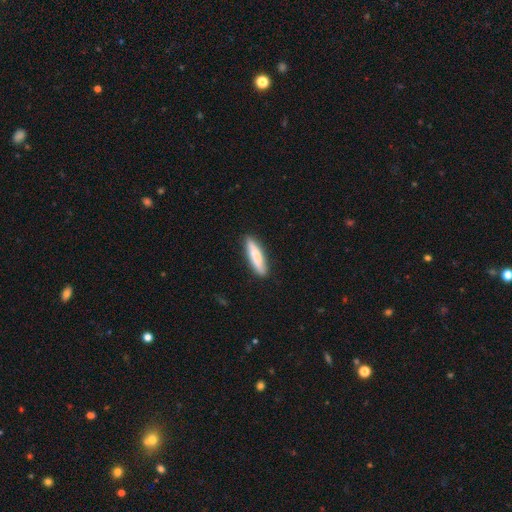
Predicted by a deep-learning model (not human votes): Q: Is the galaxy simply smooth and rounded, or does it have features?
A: smooth — 75%.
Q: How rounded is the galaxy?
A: cigar-shaped — 76%.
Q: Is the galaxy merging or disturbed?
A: none — 86%.